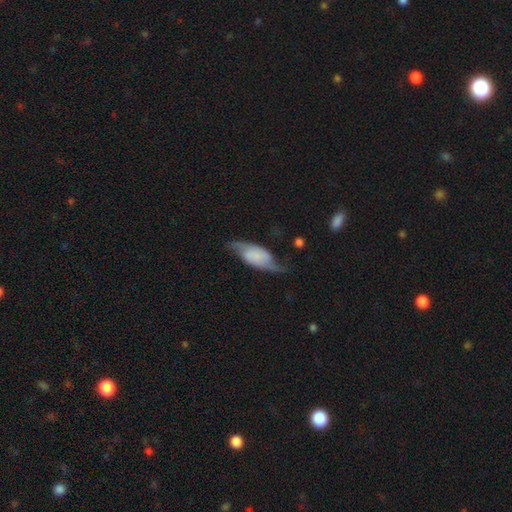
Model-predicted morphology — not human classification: A featured or disk galaxy (60%) with no bar (64%), spiral arms (88%) and no central bulge (49%).

Vote fractions:
- Smooth or featured? featured or disk: 60% / smooth: 33% / star or artifact: 7%
- Edge-on disk? no: 85% / yes: 15%
- Bar? no: 64% / weak: 25% / strong: 12%
- Spiral arms? yes: 88% / no: 12%
- Bulge size? none: 49% / small: 22% / large: 11% / moderate: 9% / dominant: 9%
- Merging? none: 58% / minor disturbance: 26% / major disturbance: 14% / merger: 3%